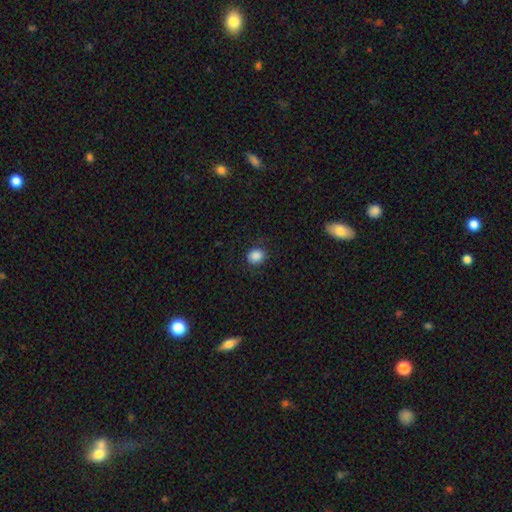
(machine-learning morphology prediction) type=smooth (86%); roundness=round (70%); merging=none (83%).